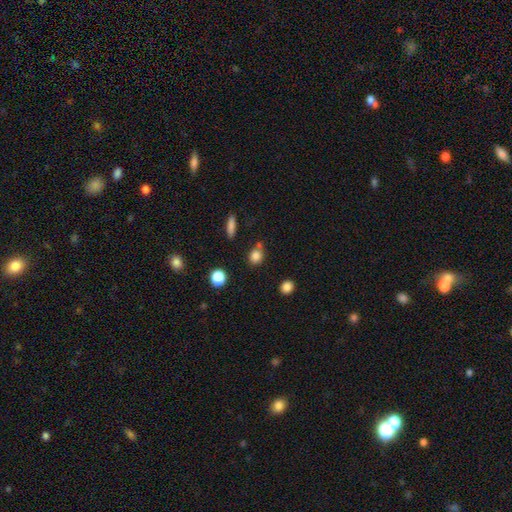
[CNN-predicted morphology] Smooth or featured?
  - smooth: 82% *
  - star or artifact: 12%
  - featured or disk: 6%
How rounded?
  - round: 68% *
  - in between: 29%
  - cigar-shaped: 2%
Merging?
  - none: 67% *
  - merger: 16%
  - minor disturbance: 13%
  - major disturbance: 4%